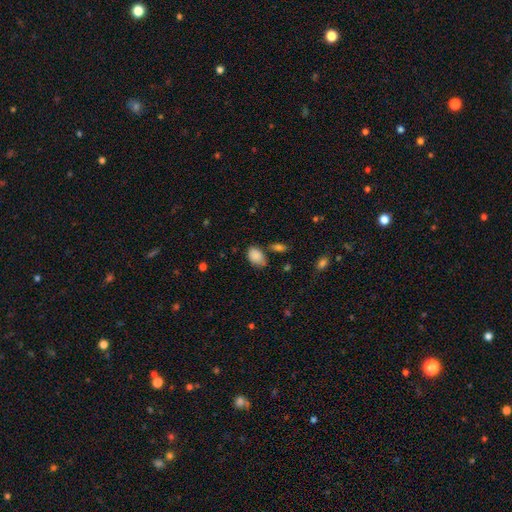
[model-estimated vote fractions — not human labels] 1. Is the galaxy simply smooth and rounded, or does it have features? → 87% smooth, 8% star or artifact, 5% featured or disk.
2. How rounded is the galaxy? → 87% in between, 11% round, 1% cigar-shaped.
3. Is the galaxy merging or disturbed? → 58% none, 29% minor disturbance, 7% major disturbance, 7% merger.